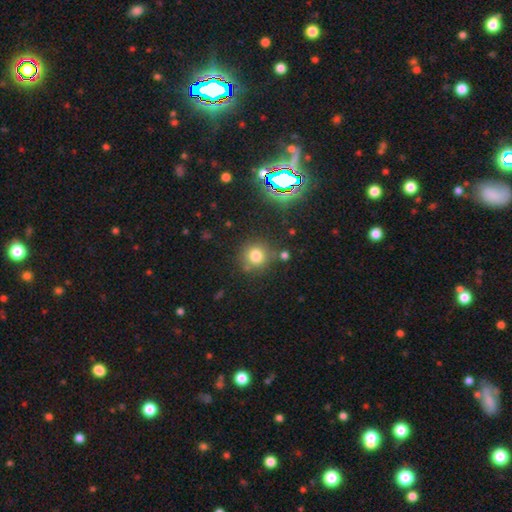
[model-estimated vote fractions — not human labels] smooth_or_featured: smooth (p=0.76) [alt: star or artifact p=0.17]
how_rounded: round (p=0.91) [alt: in between p=0.08]
merging: none (p=0.78) [alt: minor disturbance p=0.11]